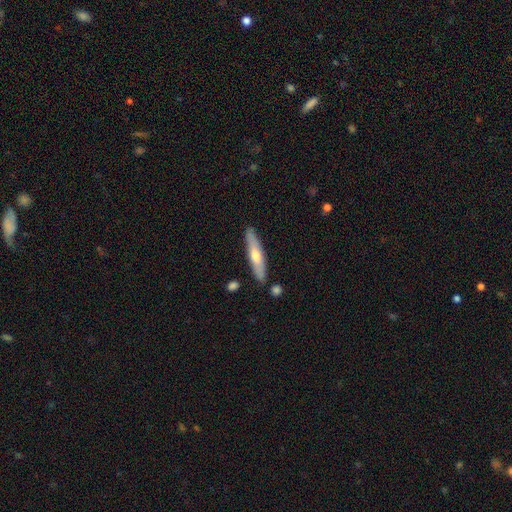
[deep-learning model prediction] A smooth galaxy with no disk features (51%) that is cigar-shaped (84%). Merging: none (85%).